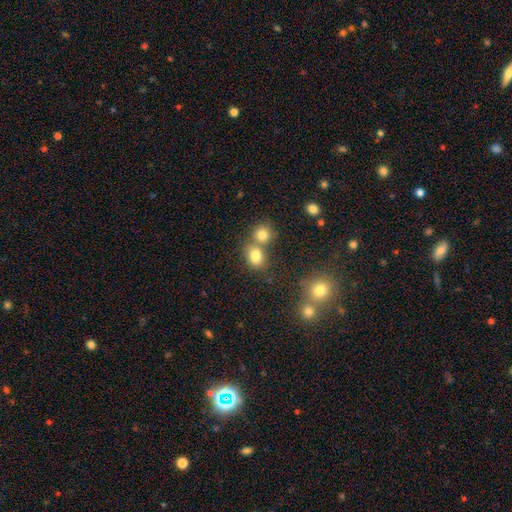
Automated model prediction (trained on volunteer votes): Morphology: type=smooth (80%); roundness=in between (50%); merging=none (48%).